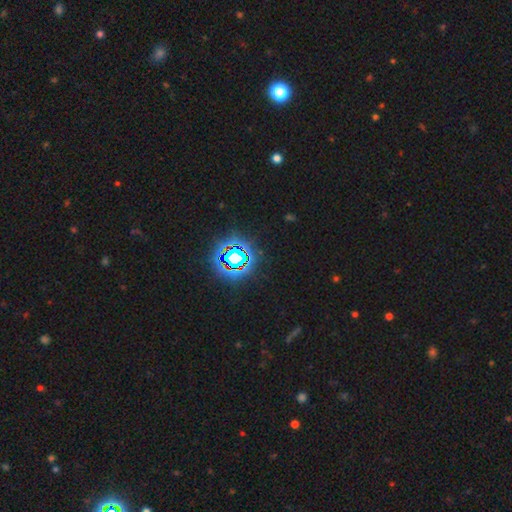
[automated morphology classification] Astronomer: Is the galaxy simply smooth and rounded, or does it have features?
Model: star or artifact — 82%.